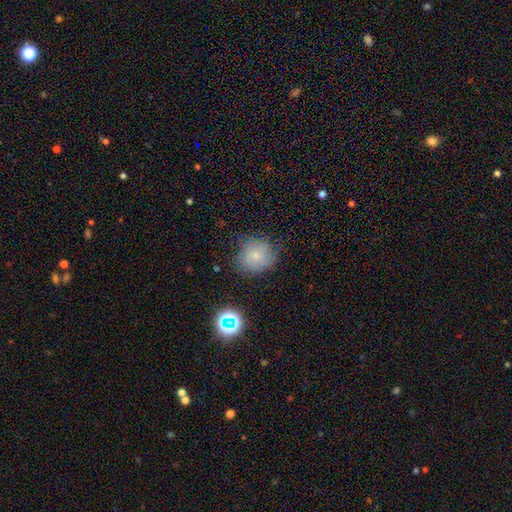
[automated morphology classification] This appears to be a smooth galaxy with no disk features (71%) that is round (83%). Merging: none (68%).